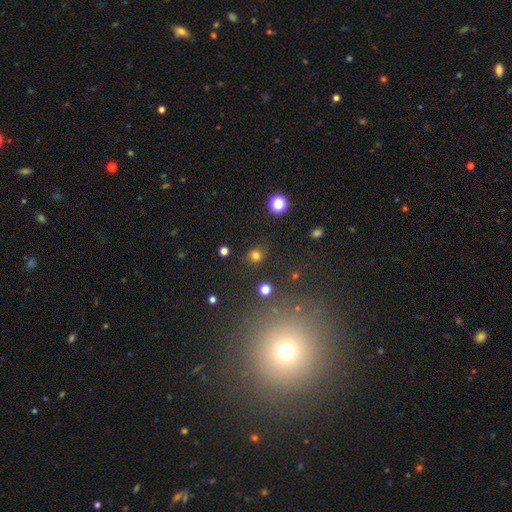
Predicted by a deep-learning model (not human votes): This is likely a smooth galaxy (76%). How rounded: clearly round (86%). Merging: clearly none (84%).